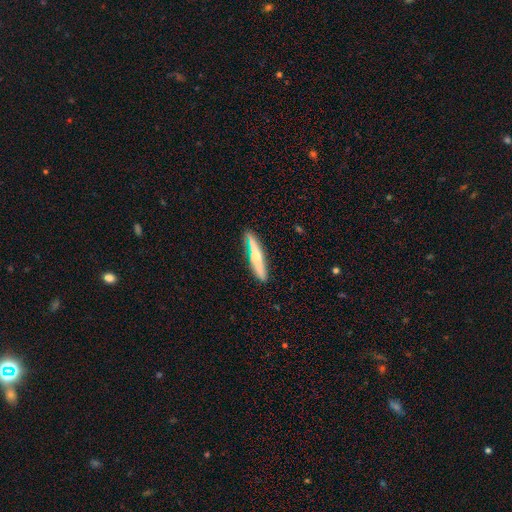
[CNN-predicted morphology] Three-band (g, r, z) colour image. It shows a smooth galaxy with no disk features (49%). Merging: none (84%).